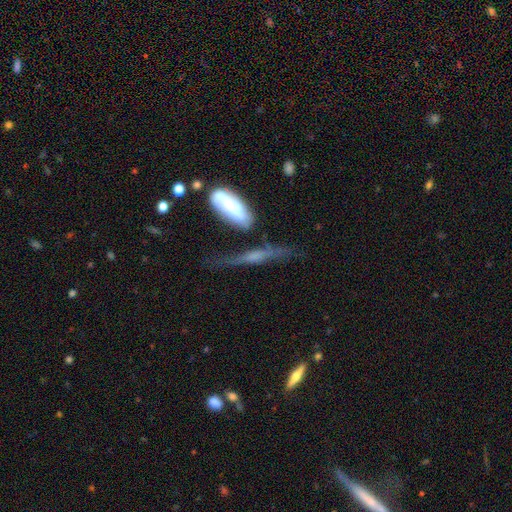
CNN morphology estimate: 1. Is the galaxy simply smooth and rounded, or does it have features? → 53% featured or disk, 34% smooth, 13% star or artifact.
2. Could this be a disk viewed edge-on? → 73% yes, 27% no.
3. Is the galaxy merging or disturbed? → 38% none, 27% major disturbance, 22% minor disturbance, 13% merger.